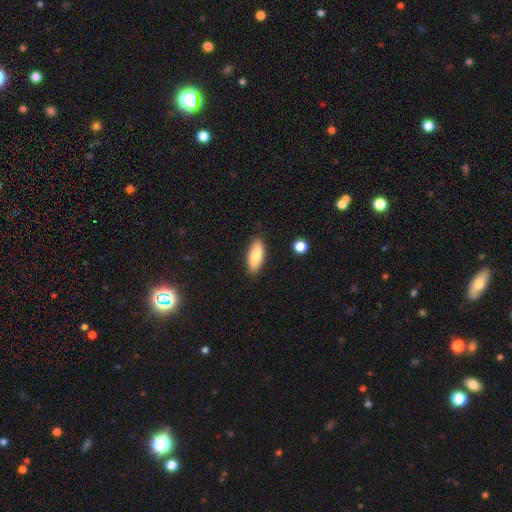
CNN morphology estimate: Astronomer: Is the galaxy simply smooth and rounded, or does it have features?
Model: smooth — 82%.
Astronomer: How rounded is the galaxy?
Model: in between — 83%.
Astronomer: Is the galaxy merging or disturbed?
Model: none — 87%.